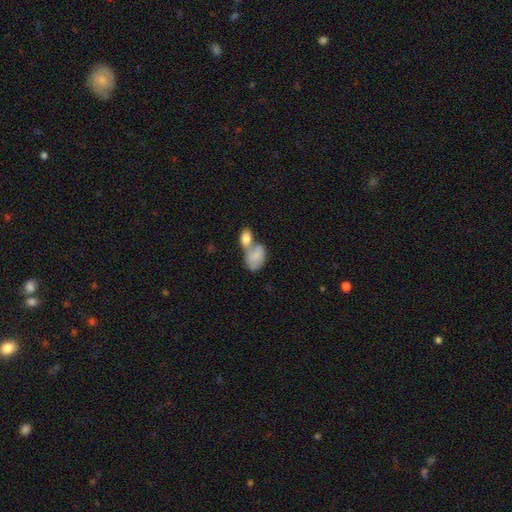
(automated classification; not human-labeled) Smooth or featured? smooth (73%)
How rounded? in between (88%)
Merging? merger (67%)